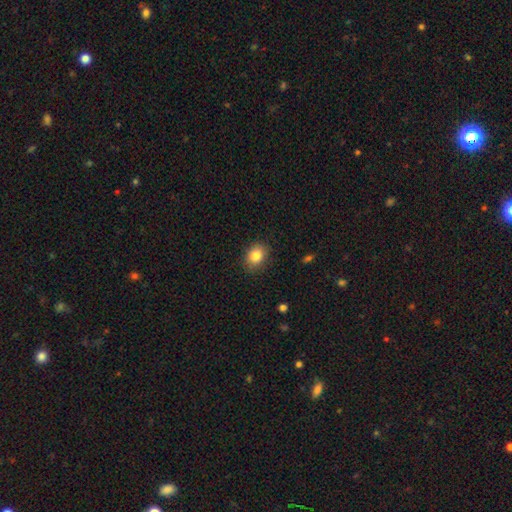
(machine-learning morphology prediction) Overall: smooth (84%). How rounded: in between (52%; round 47%). Merging: none (87%).